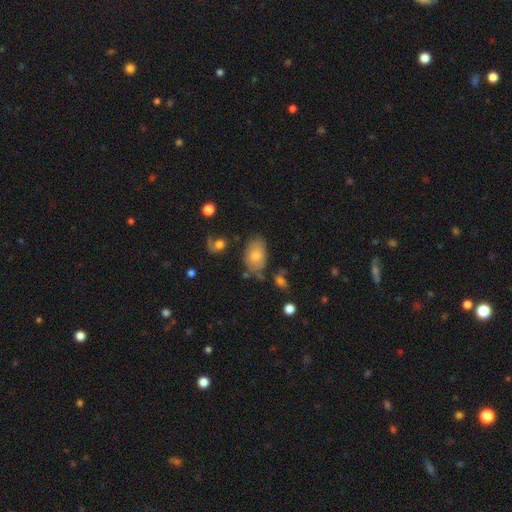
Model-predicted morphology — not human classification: Smooth or featured: smooth — 75% (featured or disk — 18%)
How rounded: in between — 89% (round — 9%)
Merging: none — 59% (minor disturbance — 25%)